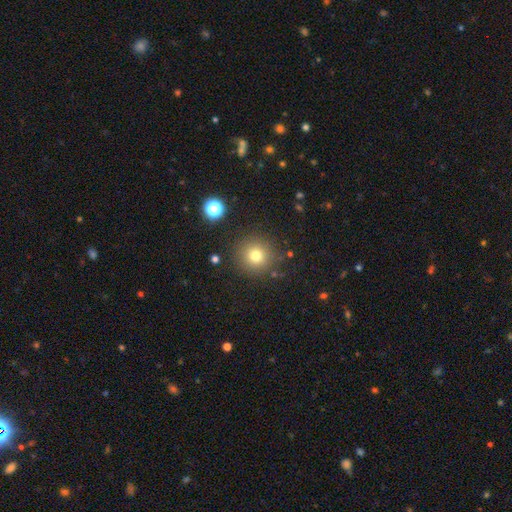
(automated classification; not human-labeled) smooth_or_featured: smooth (p=0.76) [alt: star or artifact p=0.15]
how_rounded: round (p=0.94) [alt: in between p=0.05]
merging: none (p=0.87) [alt: minor disturbance p=0.07]